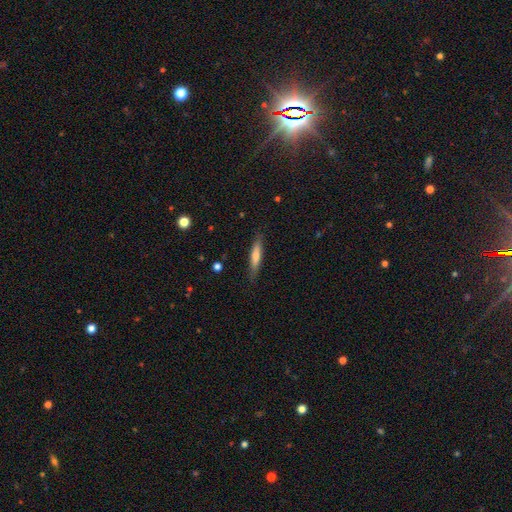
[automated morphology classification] Smooth or featured? smooth (59%)
How rounded? cigar-shaped (89%)
Merging? none (86%)